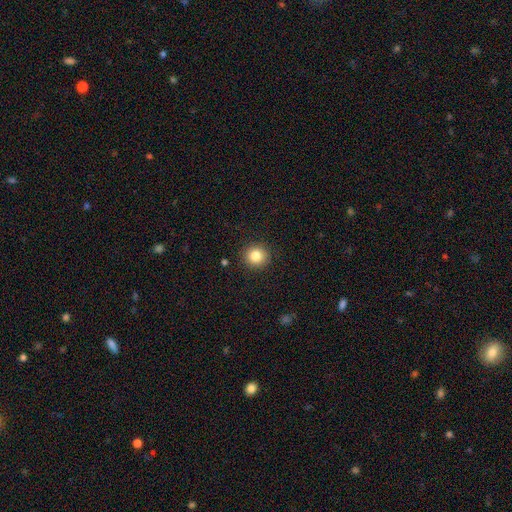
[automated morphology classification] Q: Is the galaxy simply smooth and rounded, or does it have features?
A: smooth — 83%.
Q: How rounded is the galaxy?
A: round — 93%.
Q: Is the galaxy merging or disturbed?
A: none — 91%.